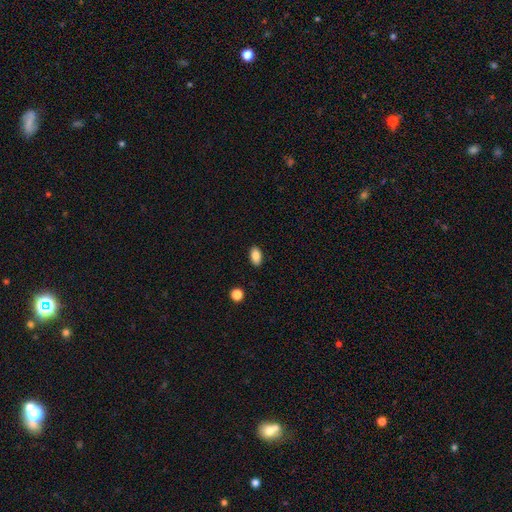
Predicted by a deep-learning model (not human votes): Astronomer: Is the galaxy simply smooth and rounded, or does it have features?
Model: smooth — 86%.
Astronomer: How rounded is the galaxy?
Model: in between — 92%.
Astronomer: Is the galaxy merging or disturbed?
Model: none — 88%.